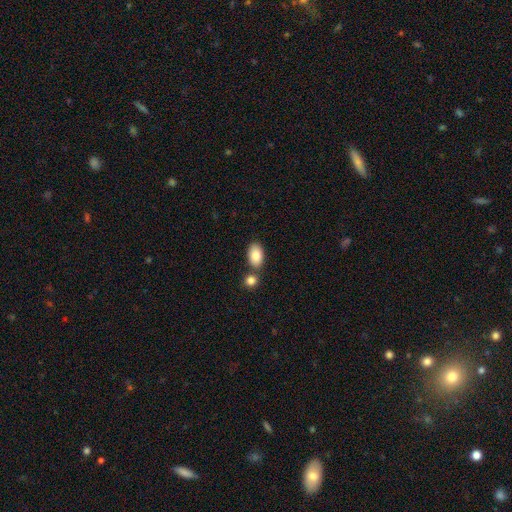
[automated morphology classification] Smooth or featured? Predicted: smooth (p=0.84). How rounded? Predicted: in between (p=0.91). Merging? Predicted: none (p=0.67).